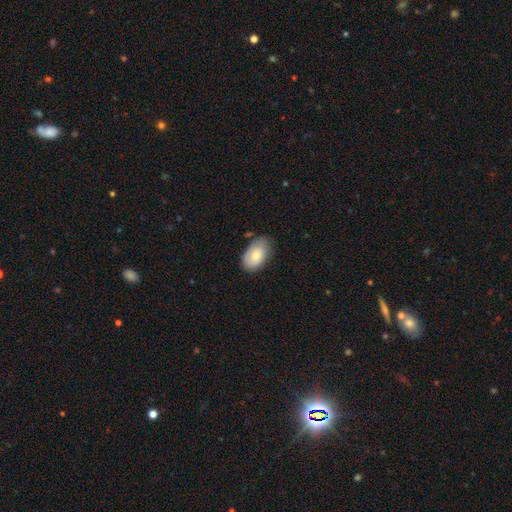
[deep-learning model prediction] Overall: smooth (76%). How rounded: in between (92%). Merging: none (71%).